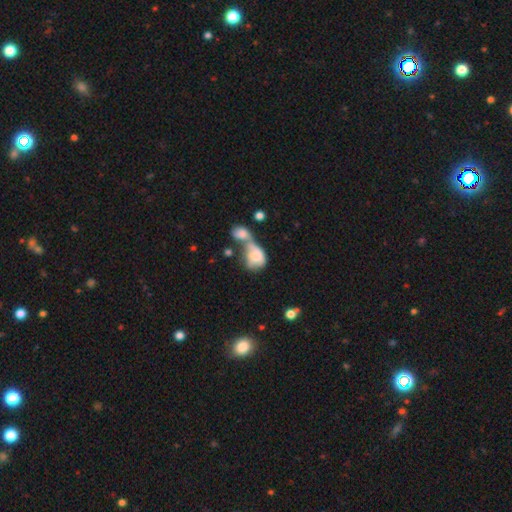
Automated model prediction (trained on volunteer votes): Q: Smooth or featured?
A: smooth (63%); runner-up: featured or disk (29%)
Q: How rounded?
A: in between (66%); runner-up: round (32%)
Q: Merging?
A: merger (68%); runner-up: major disturbance (14%)